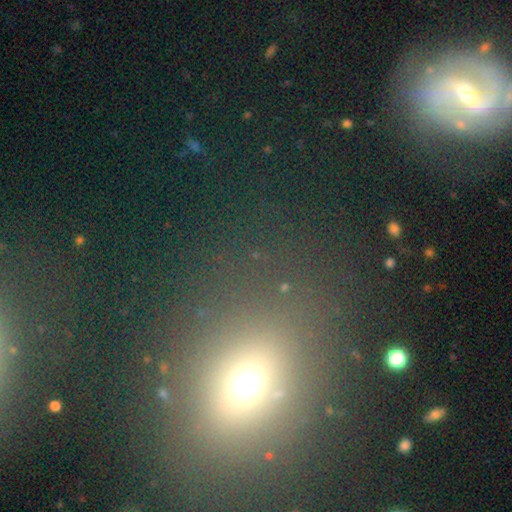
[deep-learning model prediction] Smooth or featured?
  - smooth: 44% *
  - star or artifact: 39%
  - featured or disk: 17%
Merging?
  - none: 78% *
  - minor disturbance: 10%
  - major disturbance: 6%
  - merger: 5%